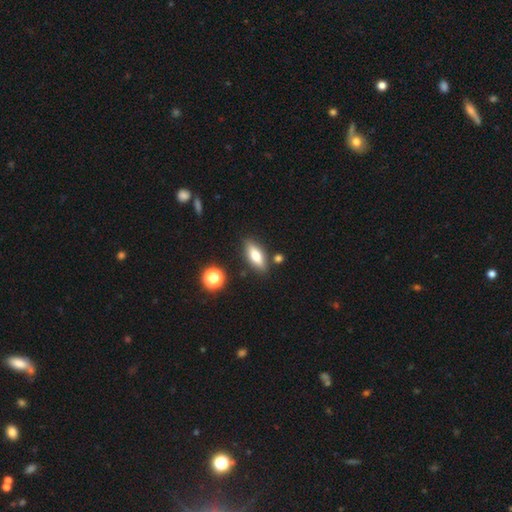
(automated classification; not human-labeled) Q: Smooth or featured?
A: smooth (68%); runner-up: featured or disk (24%)
Q: How rounded?
A: in between (69%); runner-up: cigar-shaped (28%)
Q: Merging?
A: none (83%); runner-up: minor disturbance (10%)